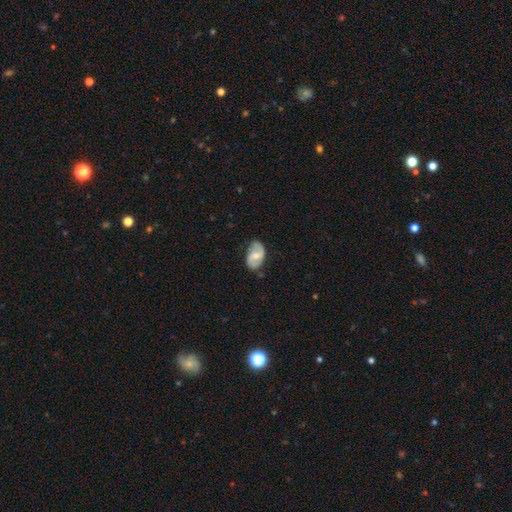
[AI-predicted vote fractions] Morphology: type=featured or disk (69%); edge-on=no (97%); bar=weak (48%); spiral arms=yes (91%); winding=medium (46%); arm count=2 (89%); bulge=moderate (53%); merging=none (74%).